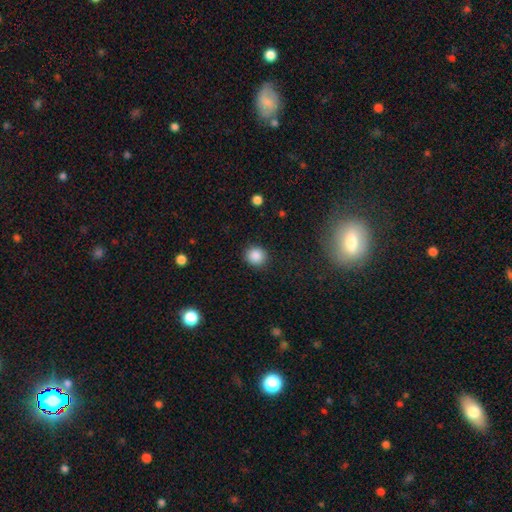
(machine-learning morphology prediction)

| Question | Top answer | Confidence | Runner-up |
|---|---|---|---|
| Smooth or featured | smooth | 88% | star or artifact (9%) |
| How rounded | round | 90% | in between (9%) |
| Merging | none | 90% | minor disturbance (7%) |